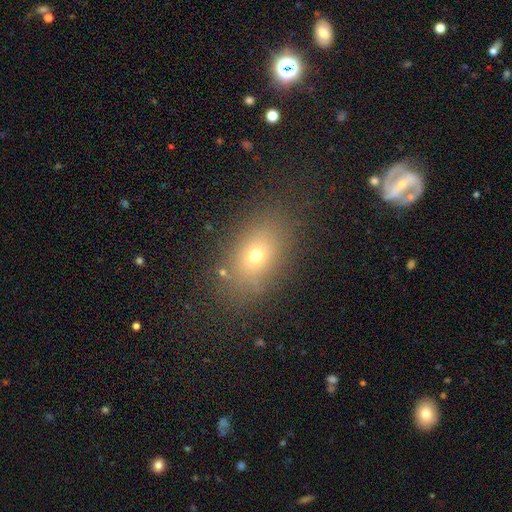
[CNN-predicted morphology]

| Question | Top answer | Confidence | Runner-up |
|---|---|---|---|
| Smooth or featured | smooth | 66% | star or artifact (18%) |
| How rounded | in between | 75% | round (22%) |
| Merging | none | 81% | minor disturbance (11%) |